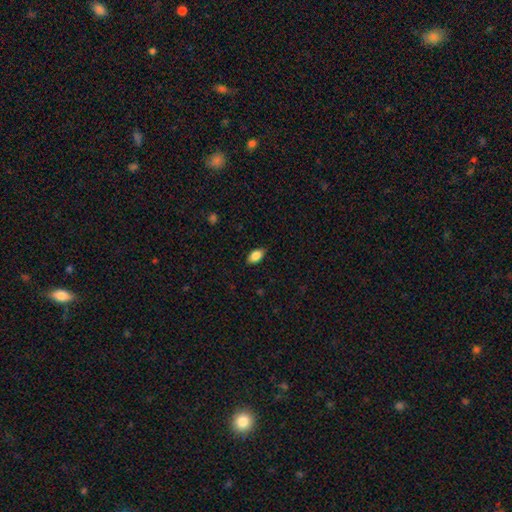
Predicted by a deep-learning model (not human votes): Smooth or featured? smooth (85%)
How rounded? in between (90%)
Merging? none (84%)